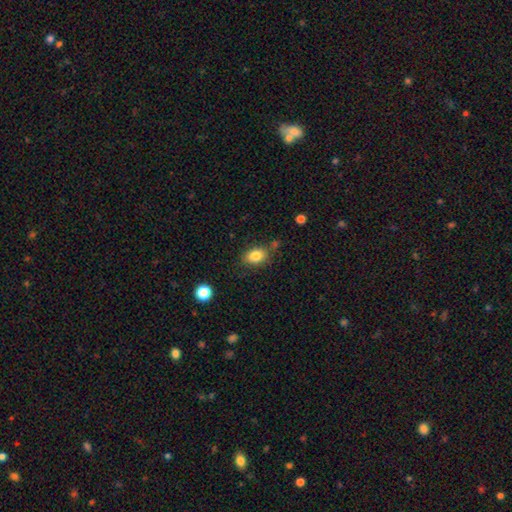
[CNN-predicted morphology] A smooth galaxy with no disk features (83%) that is in between round and cigar-shaped (75%).

Vote fractions:
- Smooth or featured? smooth: 83% / star or artifact: 9% / featured or disk: 7%
- How rounded? in between: 75% / round: 24% / cigar-shaped: 1%
- Merging? none: 75% / minor disturbance: 15% / merger: 5% / major disturbance: 4%